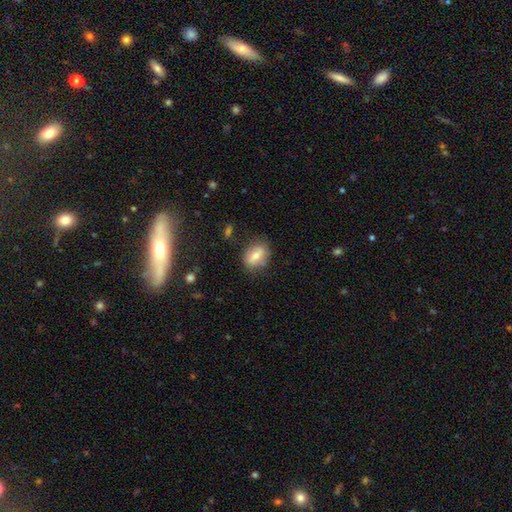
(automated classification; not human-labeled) Overall: smooth (64%; featured or disk 27%). How rounded: in between (68%; round 30%). Merging: none (76%).